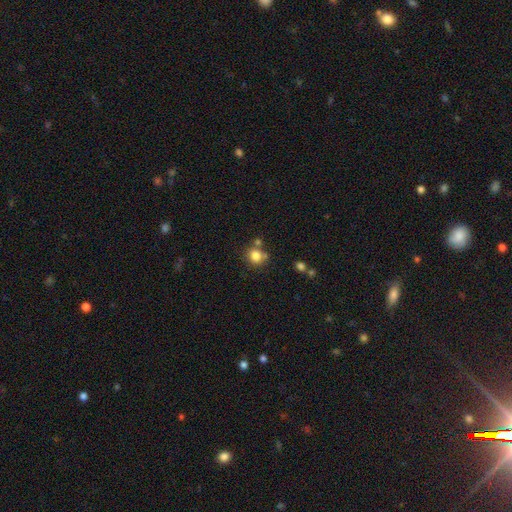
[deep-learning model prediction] smooth-or-featured: smooth: 81% | star or artifact: 11% | featured or disk: 8%
  how-rounded: round: 79% | in between: 21% | cigar-shaped: 1%
  merging: none: 66% | merger: 17% | minor disturbance: 13% | major disturbance: 4%